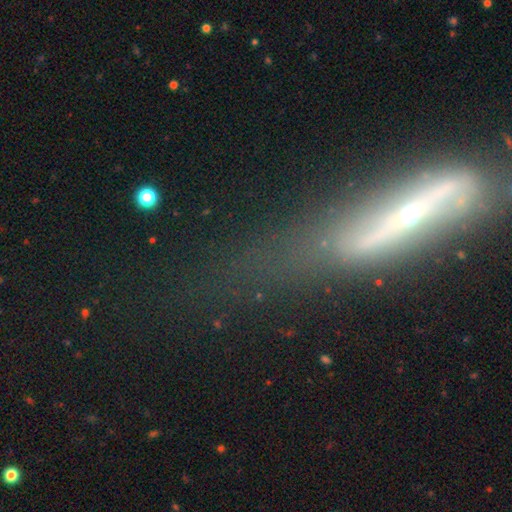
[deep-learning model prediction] Q: Smooth or featured?
A: featured or disk (65%); runner-up: smooth (21%)
Q: Edge-on disk?
A: yes (53%); runner-up: no (47%)
Q: Merging?
A: none (40%); runner-up: major disturbance (30%)